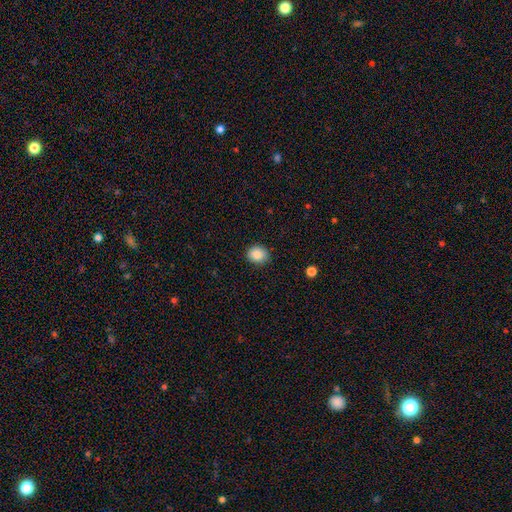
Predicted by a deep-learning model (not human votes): This appears to be a smooth galaxy with no disk features (87%) that is round (74%). Merging: none (88%).